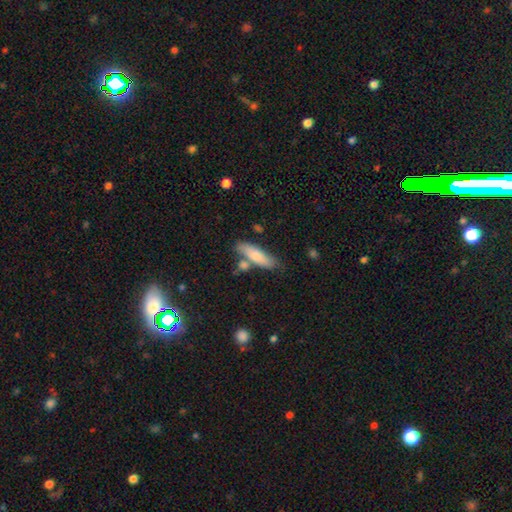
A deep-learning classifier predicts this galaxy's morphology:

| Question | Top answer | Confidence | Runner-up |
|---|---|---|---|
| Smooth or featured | smooth | 77% | featured or disk (17%) |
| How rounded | cigar-shaped | 53% | in between (45%) |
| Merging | none | 65% | minor disturbance (16%) |